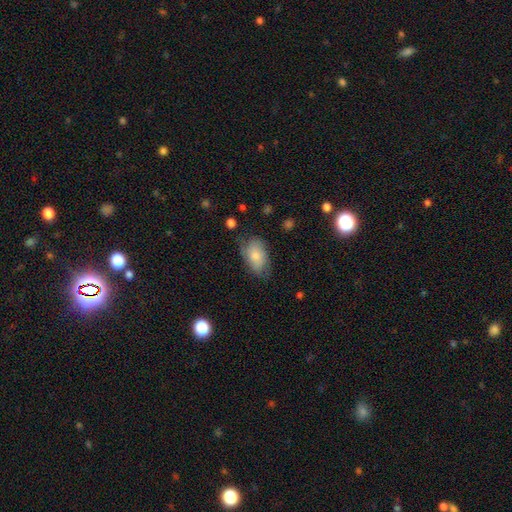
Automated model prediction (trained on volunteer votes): The model was most divided on "merging": none: 61%, minor disturbance: 28%, major disturbance: 9%, merger: 2%. More confident: how rounded — in between (92%); smooth or featured — smooth (72%).